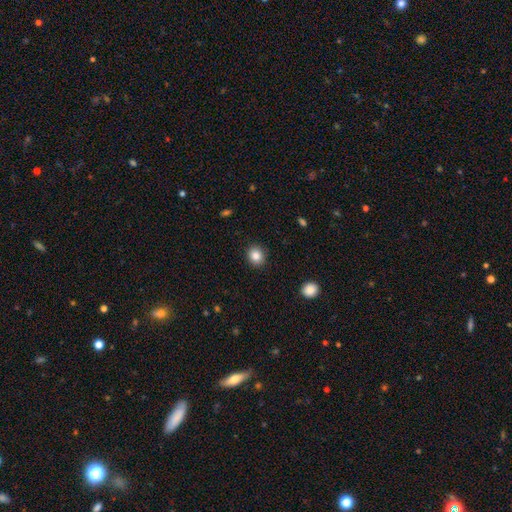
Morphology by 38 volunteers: smooth 82%, featured or disk 11%, star or artifact 8%. Down the decision tree: how rounded — round (81%); merging — none (97%).